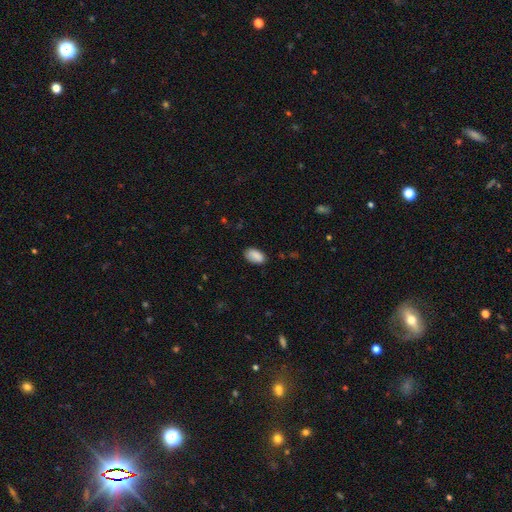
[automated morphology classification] Smooth or featured? Predicted: smooth (p=0.89). How rounded? Predicted: in between (p=0.94). Merging? Predicted: none (p=0.82).